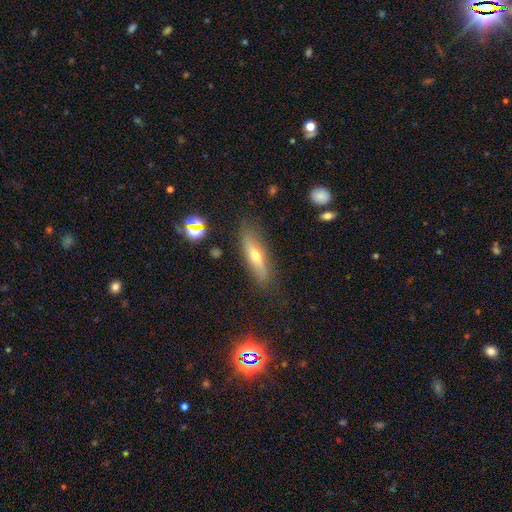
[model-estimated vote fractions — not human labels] This is possibly a featured or disk galaxy (49%). Merging: likely none (80%).